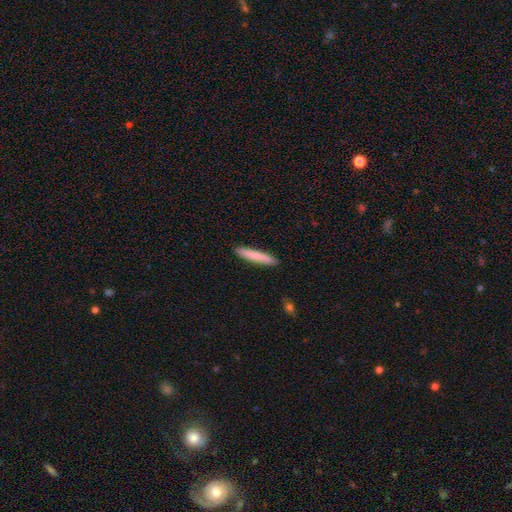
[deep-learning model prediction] This appears to be a smooth galaxy with no disk features (82%) that is cigar-shaped (94%). Merging: none (92%).